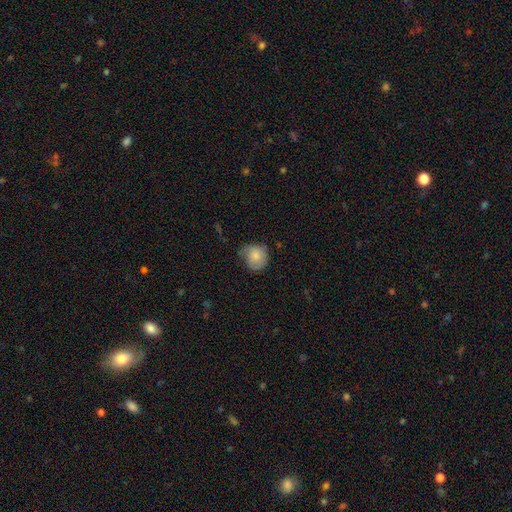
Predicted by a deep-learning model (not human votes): Smooth or featured? Predicted: smooth (p=0.81). How rounded? Predicted: round (p=0.80). Merging? Predicted: none (p=0.51).